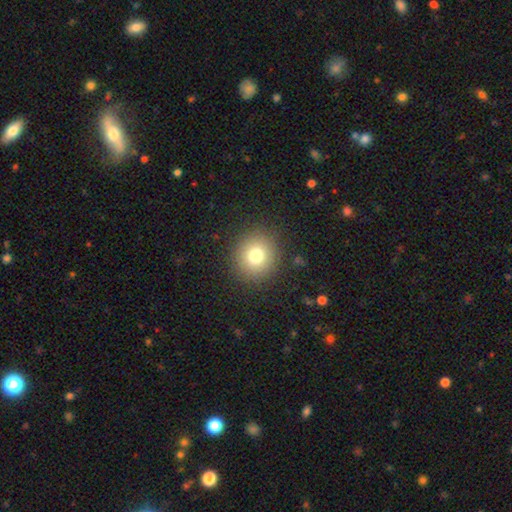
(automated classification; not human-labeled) This appears to be a smooth galaxy with no disk features (77%) that is round (87%). Merging: none (89%).